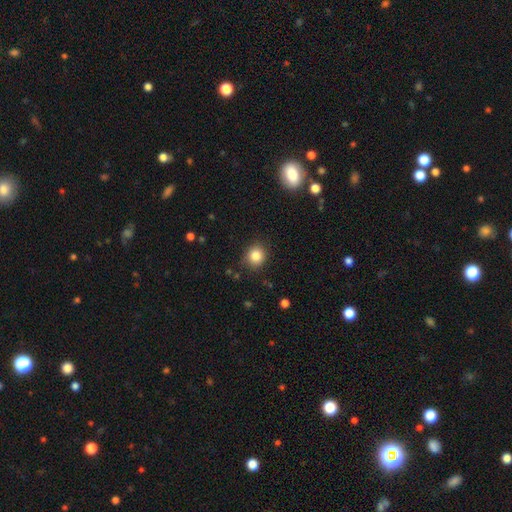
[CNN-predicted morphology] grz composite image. It shows a smooth galaxy with no disk features (84%) that is round (81%). Merging: none (86%).